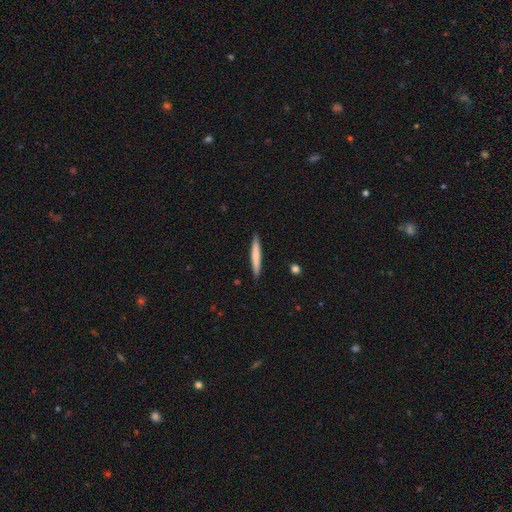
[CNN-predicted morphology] The model was most divided on "smooth or featured": smooth: 68%, featured or disk: 27%, star or artifact: 5%. More confident: how rounded — cigar-shaped (95%); merging — none (90%).